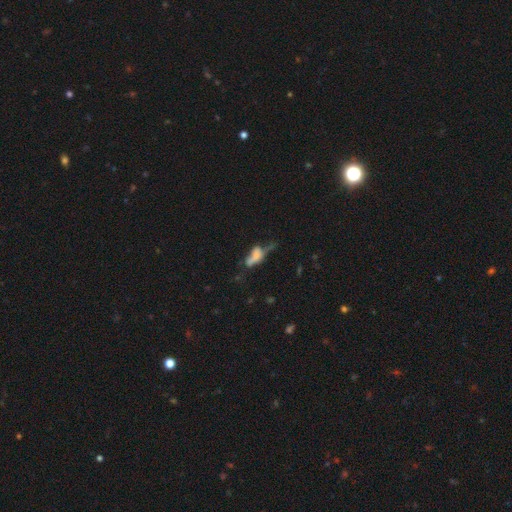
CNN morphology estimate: This appears to be a smooth galaxy with no disk features (50%) that is in between round and cigar-shaped (67%). Merging: major disturbance (32%).